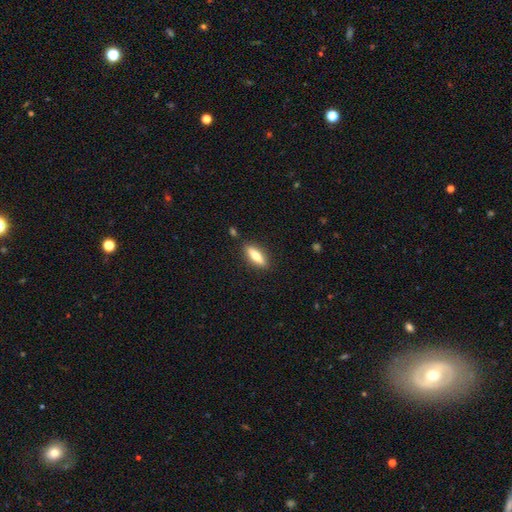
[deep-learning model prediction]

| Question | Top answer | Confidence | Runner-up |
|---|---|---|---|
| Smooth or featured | smooth | 63% | featured or disk (31%) |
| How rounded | in between | 50% | cigar-shaped (47%) |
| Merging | none | 87% | minor disturbance (9%) |